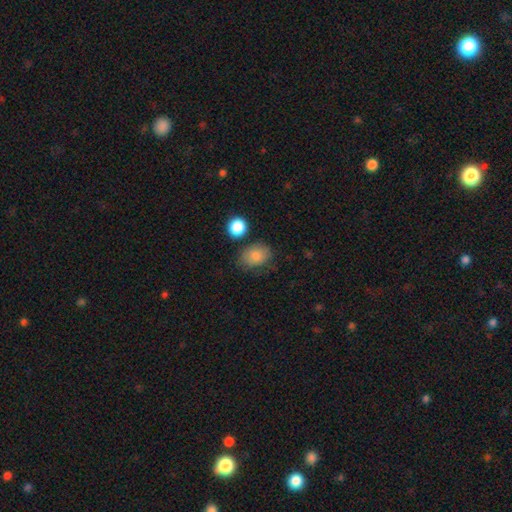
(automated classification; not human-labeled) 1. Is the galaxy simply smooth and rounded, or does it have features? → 83% smooth, 9% star or artifact, 8% featured or disk.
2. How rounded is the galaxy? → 70% in between, 29% round, 1% cigar-shaped.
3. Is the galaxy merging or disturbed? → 72% none, 18% minor disturbance, 5% merger, 5% major disturbance.